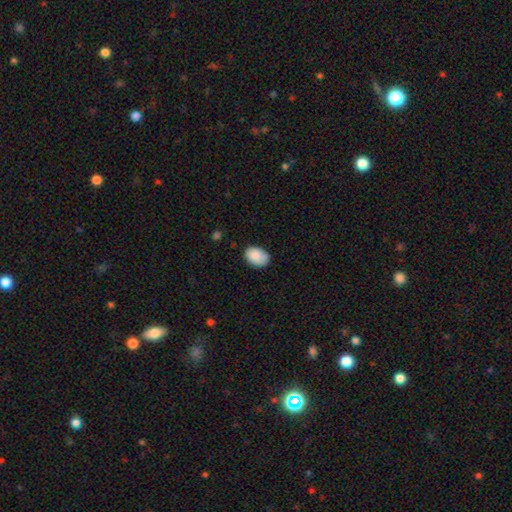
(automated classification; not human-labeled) This appears to be a smooth galaxy with no disk features (83%) that is in between round and cigar-shaped (81%). Merging: none (66%).